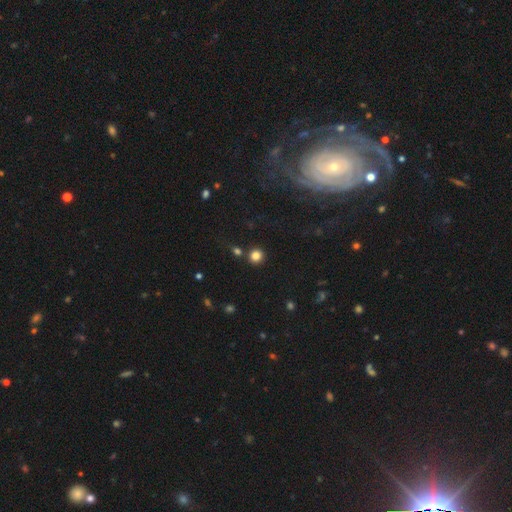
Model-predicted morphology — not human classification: A smooth galaxy with no disk features (82%) that is round (92%).

Vote fractions:
- Smooth or featured? smooth: 82% / star or artifact: 13% / featured or disk: 5%
- How rounded? round: 92% / in between: 7% / cigar-shaped: 1%
- Merging? none: 84% / merger: 7% / minor disturbance: 6% / major disturbance: 2%